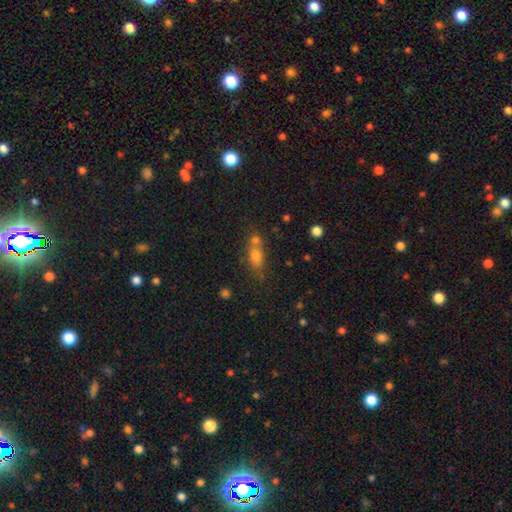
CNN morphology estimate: Q: Smooth or featured?
A: smooth (68%); runner-up: star or artifact (16%)
Q: How rounded?
A: in between (61%); runner-up: round (20%)
Q: Merging?
A: none (49%); runner-up: merger (32%)